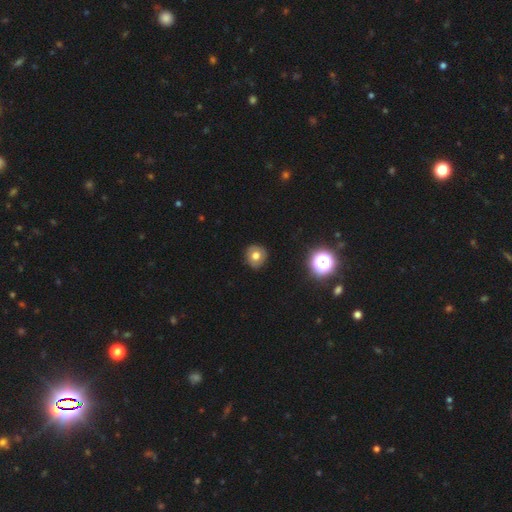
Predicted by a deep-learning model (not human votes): smooth_or_featured: smooth (p=0.70) [alt: featured or disk p=0.16]
how_rounded: round (p=0.88) [alt: in between p=0.11]
merging: none (p=0.88) [alt: minor disturbance p=0.09]